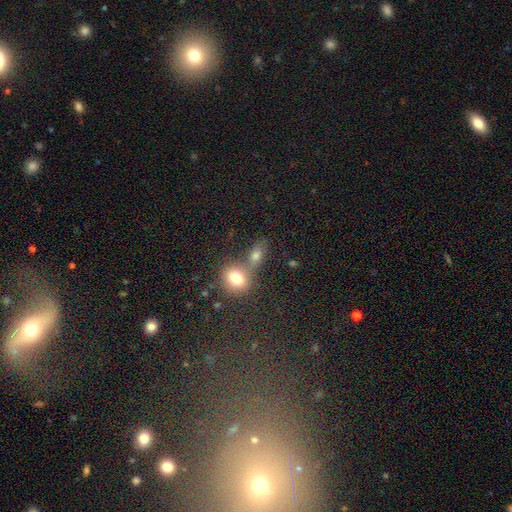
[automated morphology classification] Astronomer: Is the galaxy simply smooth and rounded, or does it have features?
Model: smooth — 74%.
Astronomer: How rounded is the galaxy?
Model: in between — 62%.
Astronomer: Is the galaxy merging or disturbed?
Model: merger — 46% (runner-up: none, 40%).